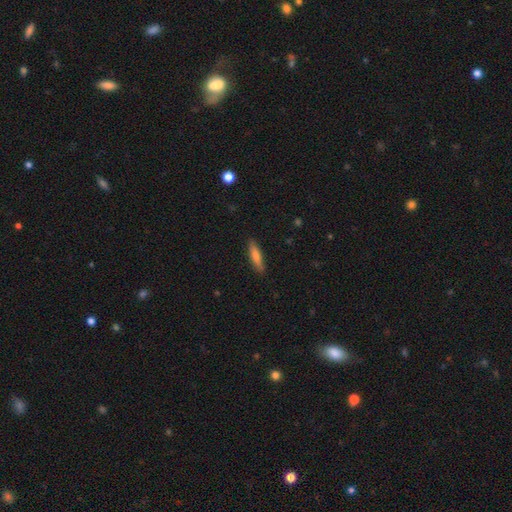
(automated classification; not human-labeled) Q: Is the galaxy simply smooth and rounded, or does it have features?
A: smooth — 65%.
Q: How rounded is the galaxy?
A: cigar-shaped — 79%.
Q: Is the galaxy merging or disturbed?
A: none — 88%.